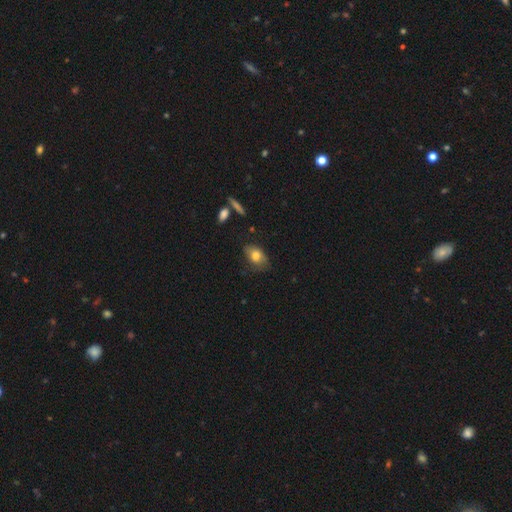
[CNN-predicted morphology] smooth-or-featured: smooth: 75% | featured or disk: 17% | star or artifact: 8%
  how-rounded: in between: 81% | round: 17% | cigar-shaped: 2%
  merging: none: 61% | minor disturbance: 29% | major disturbance: 8% | merger: 2%